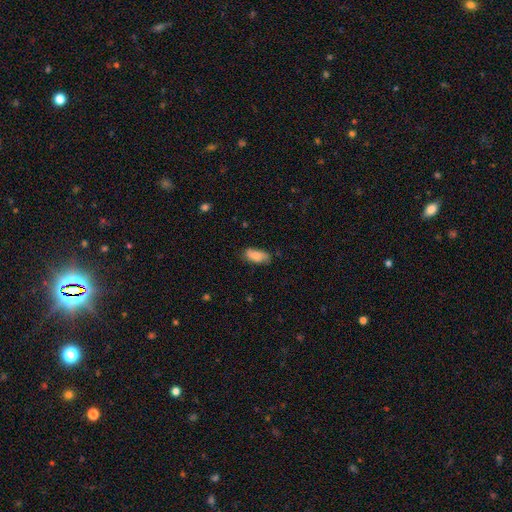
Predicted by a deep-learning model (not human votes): Smooth or featured: smooth — 81% (featured or disk — 12%)
How rounded: in between — 88% (cigar-shaped — 10%)
Merging: none — 68% (minor disturbance — 25%)